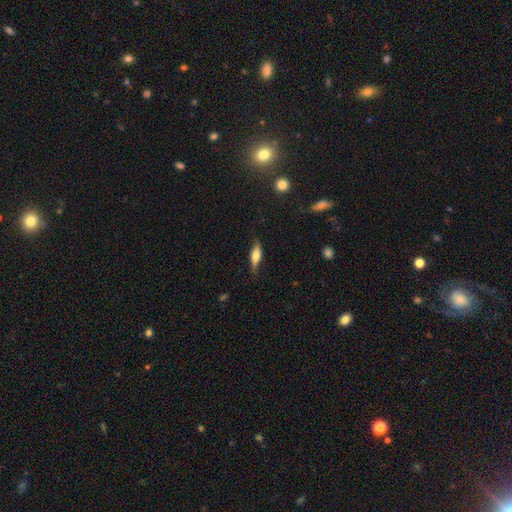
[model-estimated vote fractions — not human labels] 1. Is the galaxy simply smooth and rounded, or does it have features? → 53% smooth, 40% featured or disk, 7% star or artifact.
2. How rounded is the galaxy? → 49% in between, 47% cigar-shaped, 3% round.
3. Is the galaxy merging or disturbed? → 74% none, 20% minor disturbance, 5% major disturbance, 1% merger.